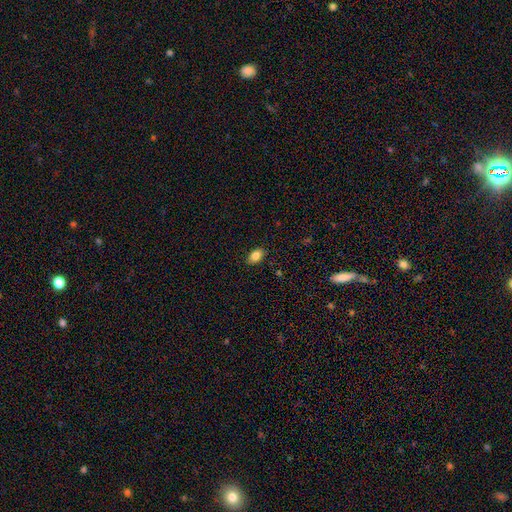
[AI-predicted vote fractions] A smooth galaxy with no disk features (84%) that is in between round and cigar-shaped (88%). Merging: none (88%).